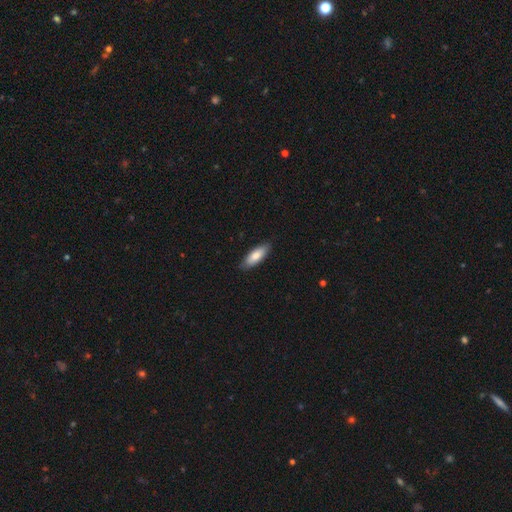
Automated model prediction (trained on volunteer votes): smooth-or-featured: smooth: 81% | featured or disk: 14% | star or artifact: 5%
  how-rounded: in between: 66% | cigar-shaped: 33% | round: 2%
  merging: none: 86% | minor disturbance: 11% | major disturbance: 2% | merger: 1%